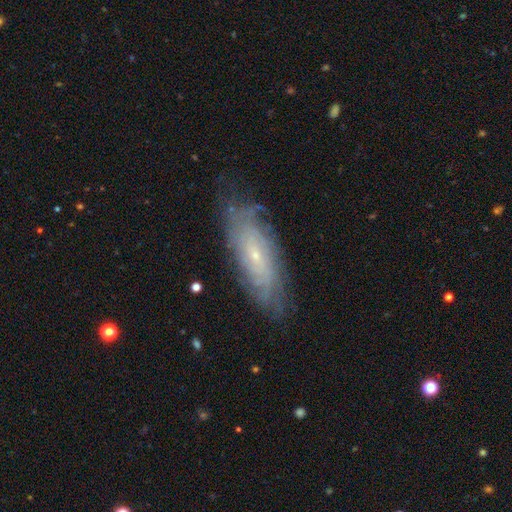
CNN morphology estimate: type=featured or disk (71%); edge-on=no (84%); bar=no (71%); spiral arms=yes (87%); winding=tight (70%); arm count=can't tell (64%); bulge=small (81%); merging=none (76%).